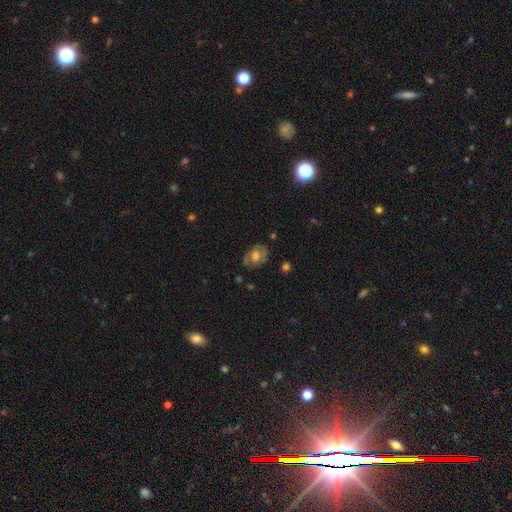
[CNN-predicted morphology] This is possibly a featured or disk galaxy (48%). Merging: likely none (70%).